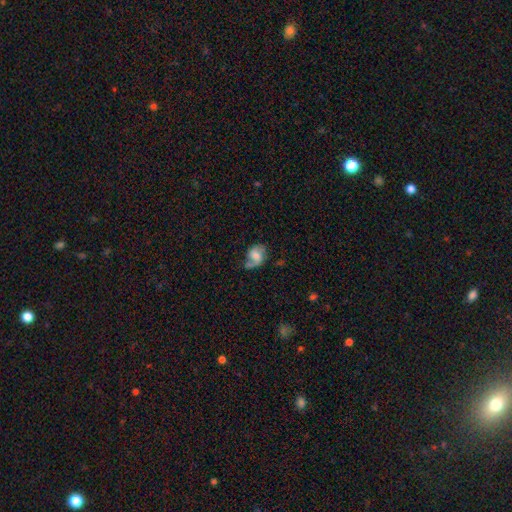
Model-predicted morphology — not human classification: A featured or disk galaxy (55%) with no bar (48%), spiral arms (85%) and a moderate central bulge (38%). Merging: none (44%).